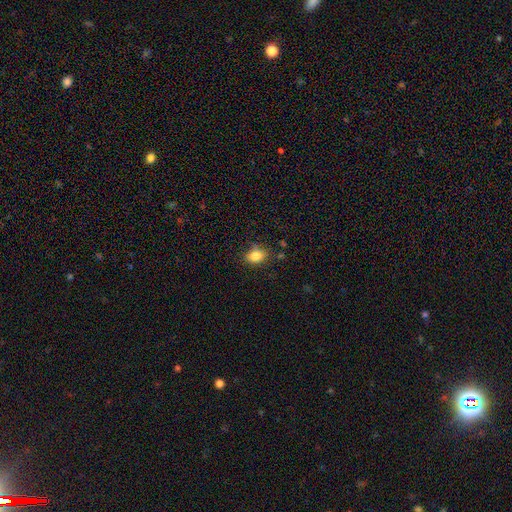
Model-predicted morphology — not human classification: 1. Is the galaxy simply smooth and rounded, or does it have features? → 84% smooth, 9% star or artifact, 6% featured or disk.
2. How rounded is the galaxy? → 72% in between, 26% round, 1% cigar-shaped.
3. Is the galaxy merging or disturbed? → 78% none, 16% minor disturbance, 4% major disturbance, 3% merger.